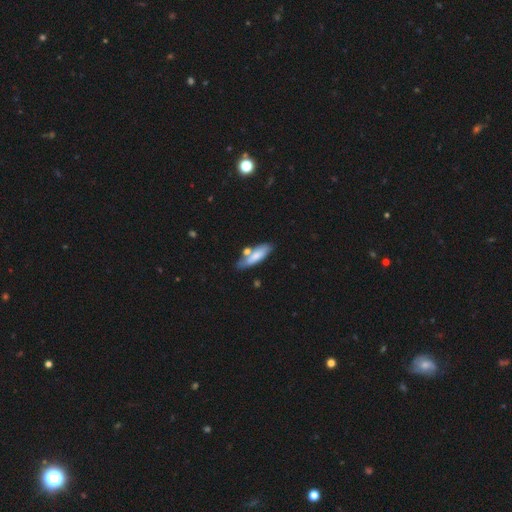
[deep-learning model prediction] Smooth or featured?
  - smooth: 72% *
  - featured or disk: 21%
  - star or artifact: 6%
How rounded?
  - cigar-shaped: 52% *
  - in between: 47%
  - round: 2%
Merging?
  - none: 63% *
  - minor disturbance: 18%
  - merger: 15%
  - major disturbance: 4%